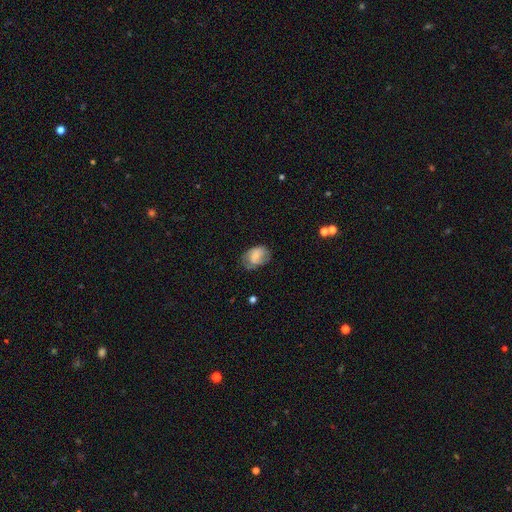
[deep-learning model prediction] The model was most divided on "merging": none: 53%, minor disturbance: 32%, major disturbance: 14%, merger: 2%. More confident: how rounded — in between (78%); smooth or featured — smooth (68%).